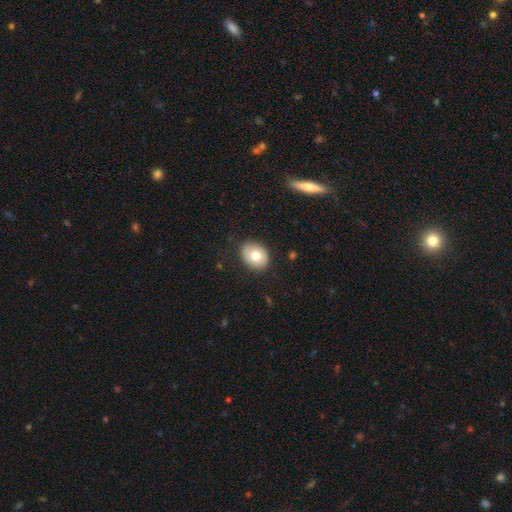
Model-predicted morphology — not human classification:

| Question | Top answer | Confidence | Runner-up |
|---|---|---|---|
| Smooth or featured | smooth | 72% | featured or disk (20%) |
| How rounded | in between | 55% | round (45%) |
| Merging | none | 86% | minor disturbance (11%) |